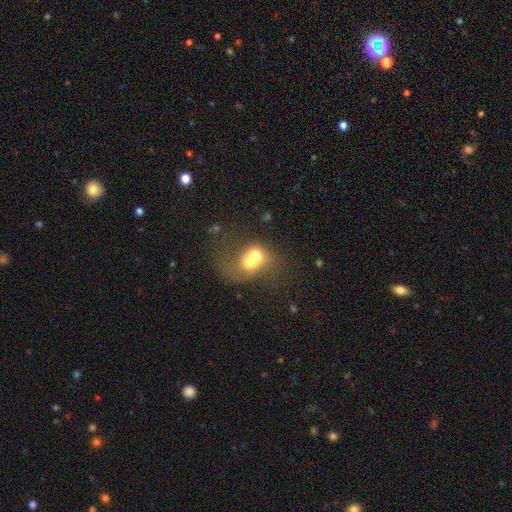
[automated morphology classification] This appears to be a smooth galaxy with no disk features (55%) that is round (58%). Merging: merger (75%).